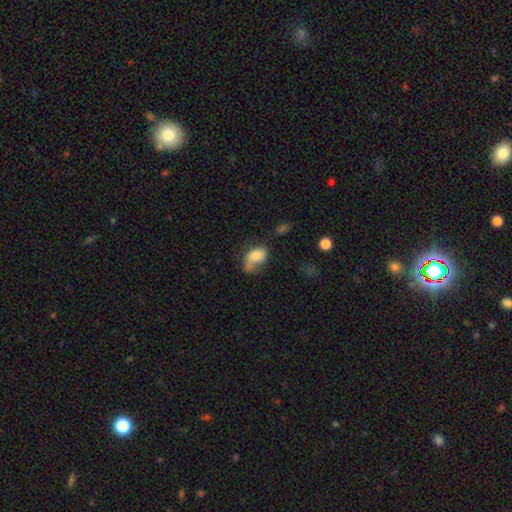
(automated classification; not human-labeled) Overall: smooth (67%). How rounded: in between (86%). Merging: major disturbance (32%, tied with minor disturbance).